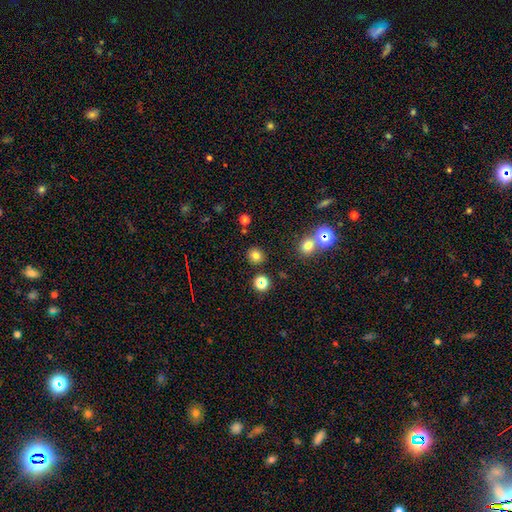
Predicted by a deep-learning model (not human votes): smooth_or_featured: smooth (p=0.78) [alt: star or artifact p=0.16]
how_rounded: round (p=0.90) [alt: in between p=0.09]
merging: none (p=0.87) [alt: minor disturbance p=0.06]